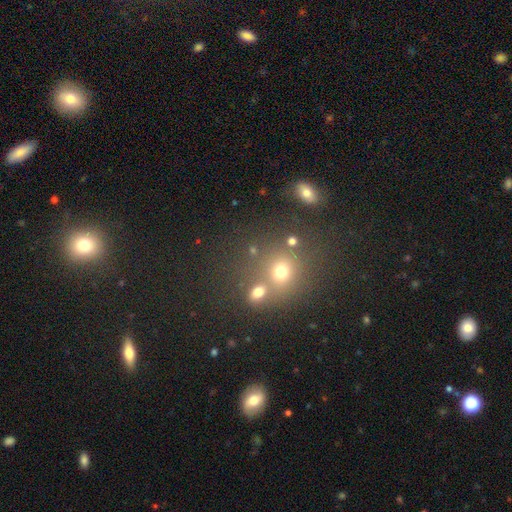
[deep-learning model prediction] This is possibly a smooth galaxy (53%). How rounded: clearly round (81%). Merging: possibly none (58%).